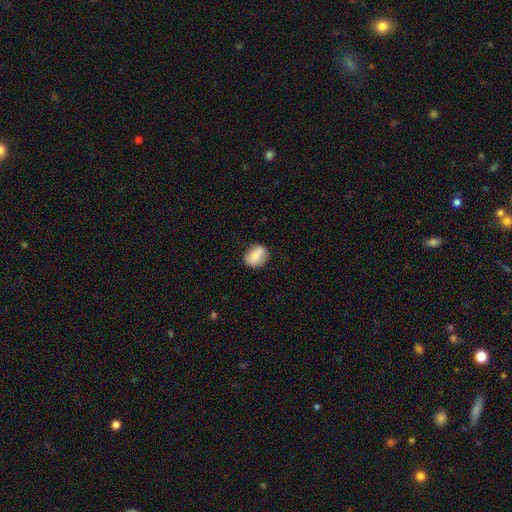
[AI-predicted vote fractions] Overall: smooth (73%). How rounded: in between (56%; round 42%). Merging: none (79%).